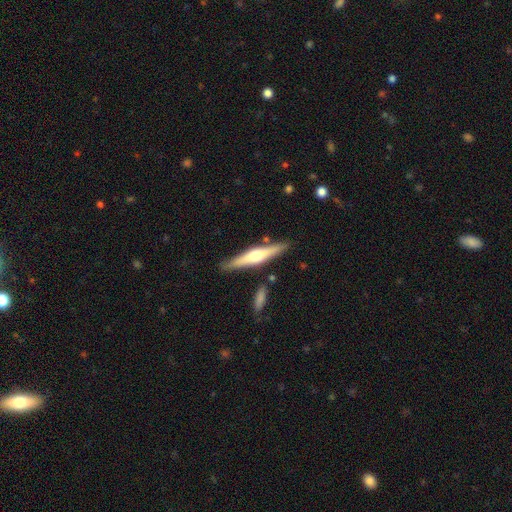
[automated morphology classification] Smooth or featured?
  - featured or disk: 61% *
  - smooth: 34%
  - star or artifact: 5%
Edge-on disk?
  - yes: 96% *
  - no: 4%
Edge-on bulge?
  - rounded: 88% *
  - boxy: 7%
  - none: 5%
Merging?
  - none: 84% *
  - minor disturbance: 10%
  - merger: 4%
  - major disturbance: 2%